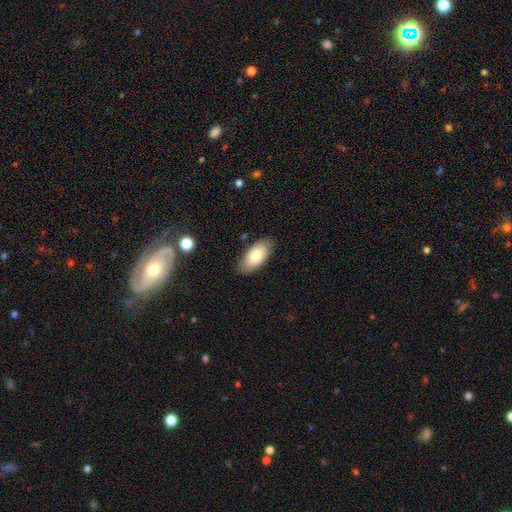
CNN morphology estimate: Smooth or featured? Predicted: smooth (p=0.80). How rounded? Predicted: in between (p=0.92). Merging? Predicted: none (p=0.84).